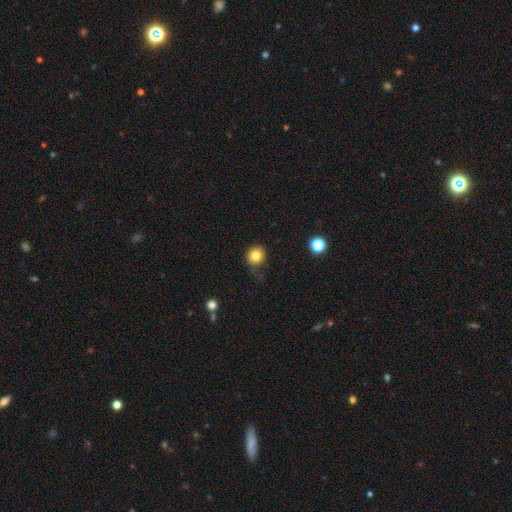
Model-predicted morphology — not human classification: Smooth or featured?
  - smooth: 80% *
  - star or artifact: 11%
  - featured or disk: 9%
How rounded?
  - round: 82% *
  - in between: 17%
  - cigar-shaped: 1%
Merging?
  - none: 67% *
  - minor disturbance: 23%
  - major disturbance: 7%
  - merger: 2%